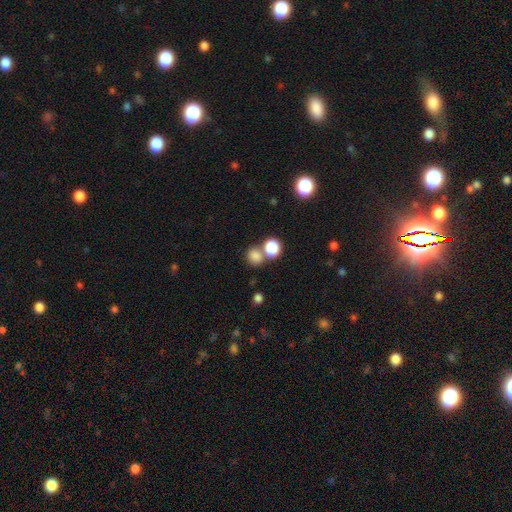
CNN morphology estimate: Smooth or featured? smooth (81%)
How rounded? round (74%)
Merging? none (50%)